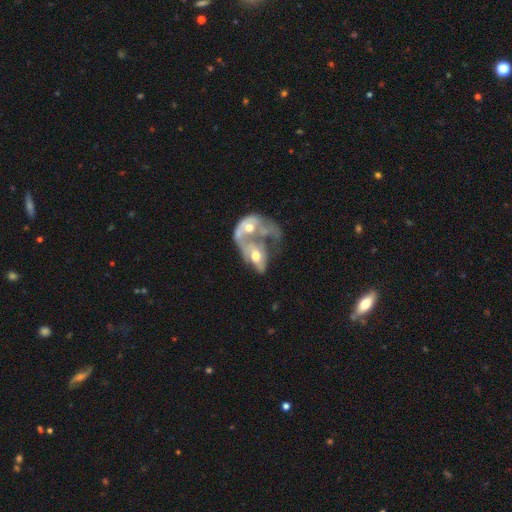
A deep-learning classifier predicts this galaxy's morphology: This appears to be a featured or disk galaxy (61%) with no bar (80%), no spiral arms (62%) and a moderate central bulge (66%). Merging: merger (78%).